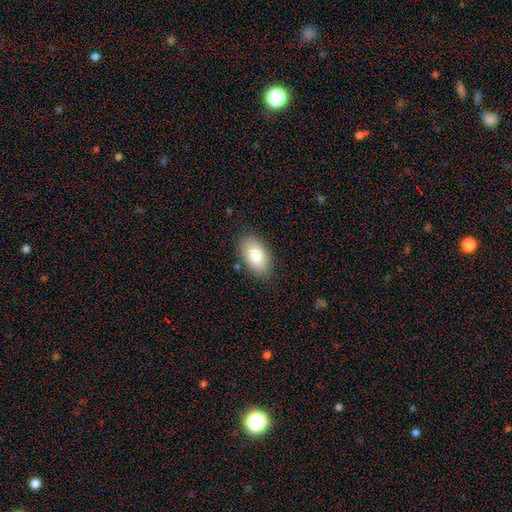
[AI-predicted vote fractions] Smooth or featured: smooth — 81% (featured or disk — 12%)
How rounded: in between — 94% (round — 4%)
Merging: none — 85% (minor disturbance — 11%)